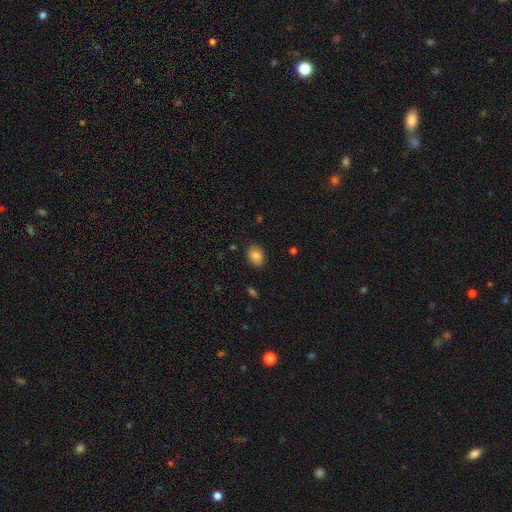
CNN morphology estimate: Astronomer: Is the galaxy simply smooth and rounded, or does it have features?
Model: smooth — 84%.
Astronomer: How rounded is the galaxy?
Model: in between — 66%.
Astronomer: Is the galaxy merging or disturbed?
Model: none — 87%.